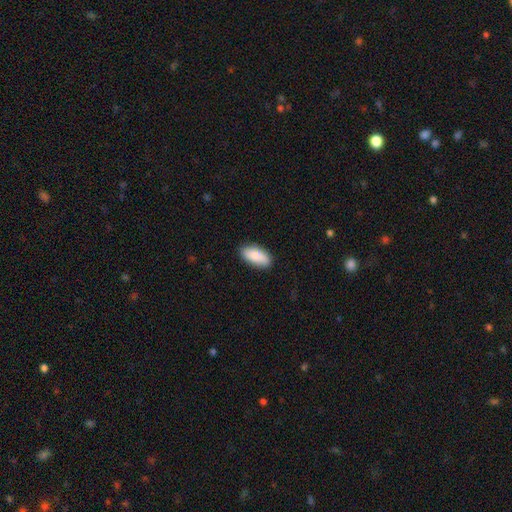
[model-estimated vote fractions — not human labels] Overall: smooth (86%). How rounded: in between (88%). Merging: none (85%).